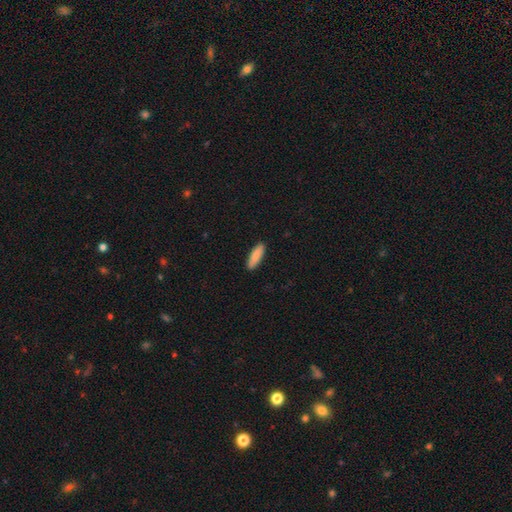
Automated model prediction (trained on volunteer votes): This appears to be a smooth galaxy with no disk features (87%) that is cigar-shaped (51%). Merging: none (90%).